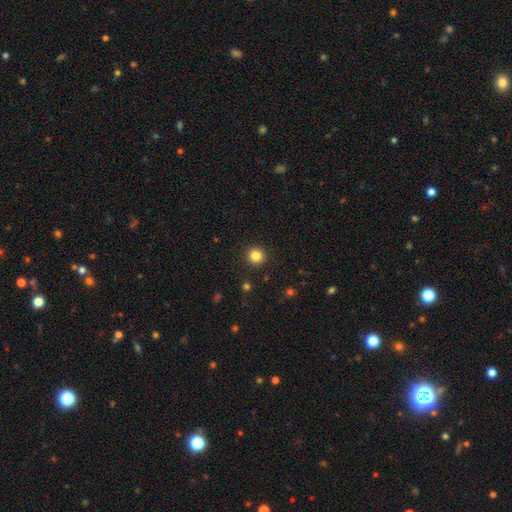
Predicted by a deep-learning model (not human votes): smooth 84%, star or artifact 12%, featured or disk 5%. Down the decision tree: how rounded — round (94%); merging — none (92%).